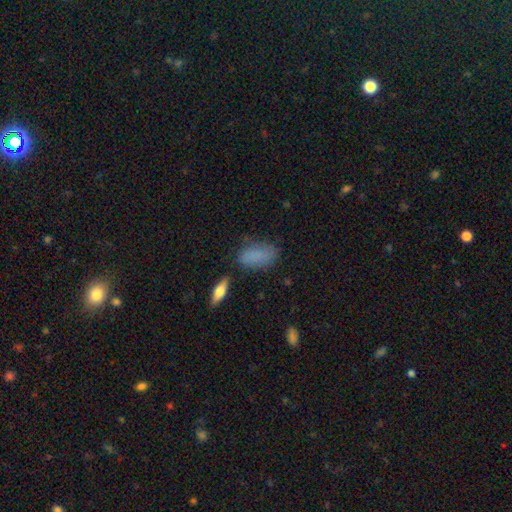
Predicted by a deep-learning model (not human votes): Smooth or featured: smooth — 81% (featured or disk — 10%)
How rounded: in between — 88% (cigar-shaped — 8%)
Merging: none — 65% (minor disturbance — 24%)